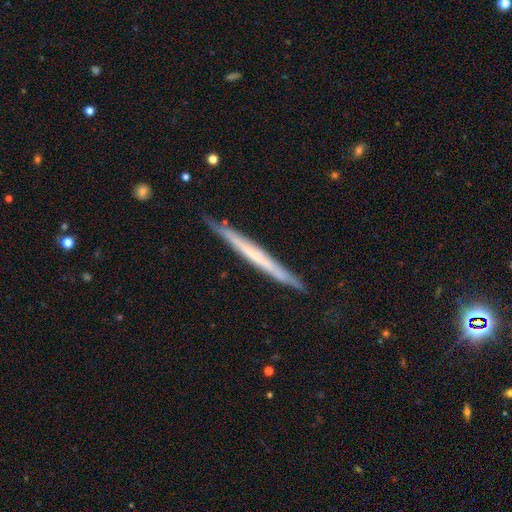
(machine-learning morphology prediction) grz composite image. It shows a featured or disk galaxy (55%) viewed edge-on (96%) with no central bulge (85%). Merging: none (86%).